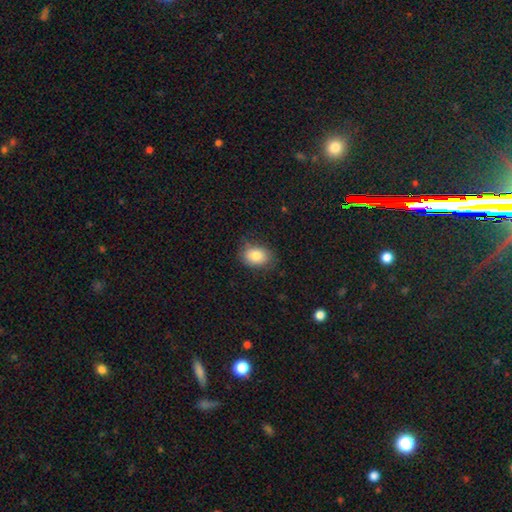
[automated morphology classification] Smooth or featured? Predicted: smooth (p=0.83). How rounded? Predicted: in between (p=0.71). Merging? Predicted: none (p=0.75).